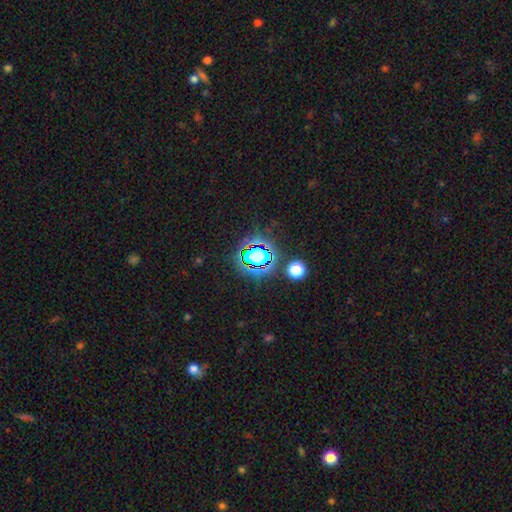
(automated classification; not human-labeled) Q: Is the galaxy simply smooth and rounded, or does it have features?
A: star or artifact — 66%.